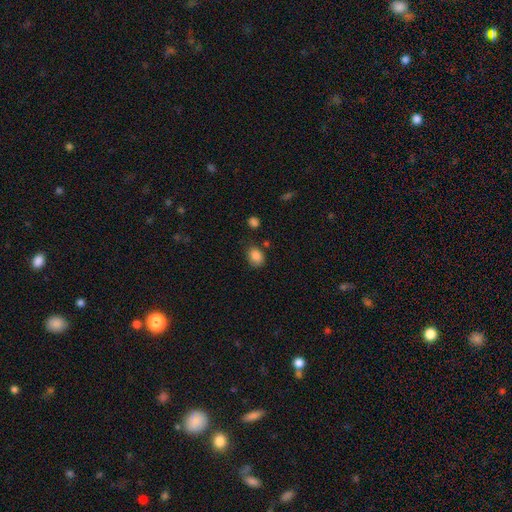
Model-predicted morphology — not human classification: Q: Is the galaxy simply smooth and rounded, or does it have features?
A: smooth — 85%.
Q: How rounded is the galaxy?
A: in between — 59%.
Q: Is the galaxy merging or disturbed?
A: none — 72%.